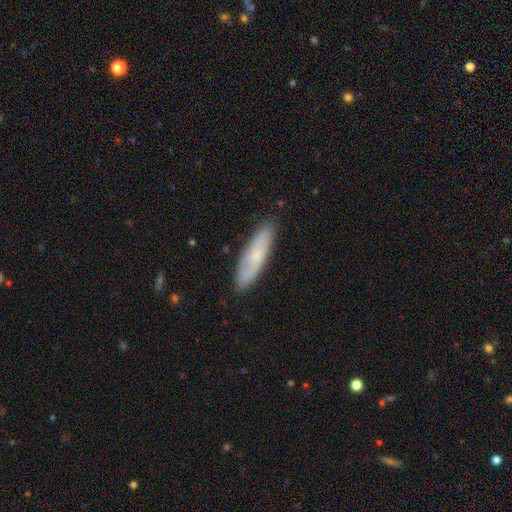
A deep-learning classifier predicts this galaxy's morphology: Smooth or featured: smooth — 59% (featured or disk — 34%)
How rounded: cigar-shaped — 68% (in between — 30%)
Merging: none — 84% (minor disturbance — 12%)